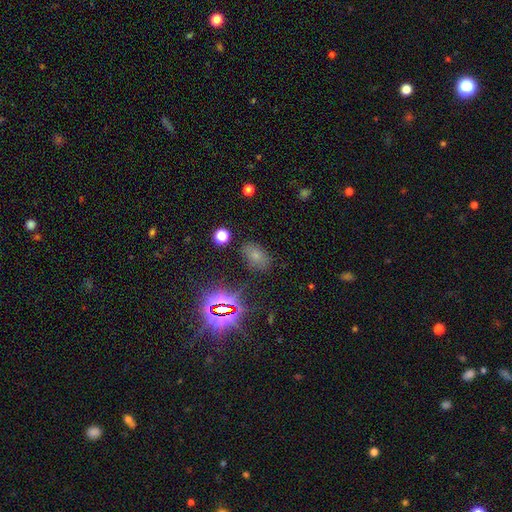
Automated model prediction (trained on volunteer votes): smooth_or_featured: smooth (p=0.60) [alt: star or artifact p=0.30]
how_rounded: in between (p=0.87) [alt: round p=0.11]
merging: none (p=0.77) [alt: minor disturbance p=0.15]